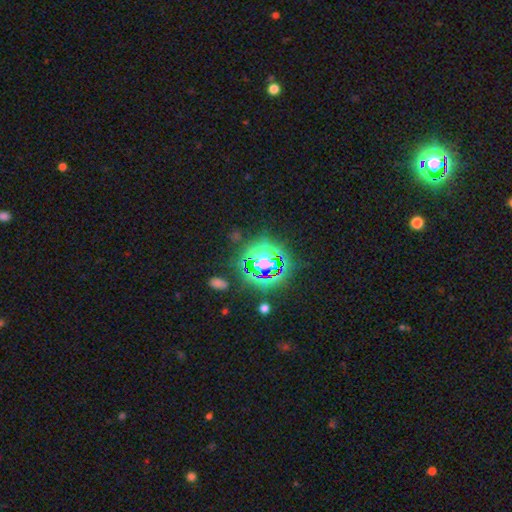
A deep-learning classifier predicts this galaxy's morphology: This appears to be a star or artifact, not a galaxy (69%).